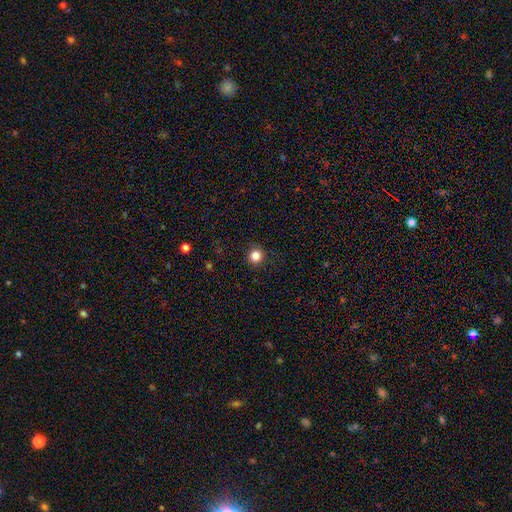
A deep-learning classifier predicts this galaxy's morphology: The model was most divided on "smooth or featured": smooth: 84%, star or artifact: 12%, featured or disk: 4%. More confident: how rounded — round (94%); merging — none (91%).